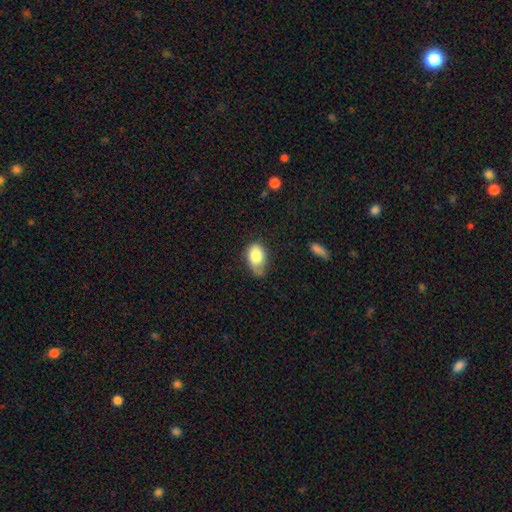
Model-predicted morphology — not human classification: A smooth galaxy with no disk features (83%) that is in between round and cigar-shaped (86%). Merging: minor disturbance (45%).